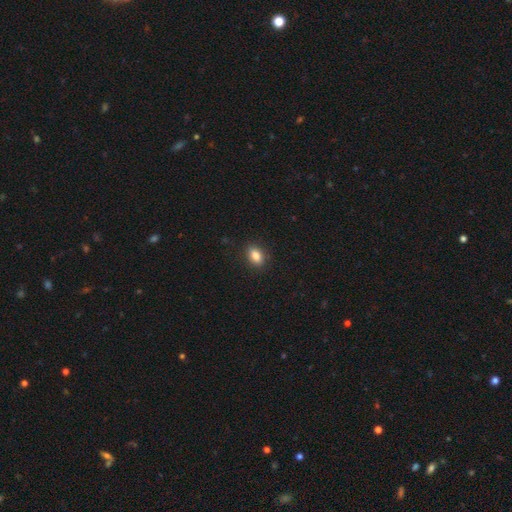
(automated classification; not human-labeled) Smooth or featured? smooth (85%)
How rounded? in between (83%)
Merging? none (88%)